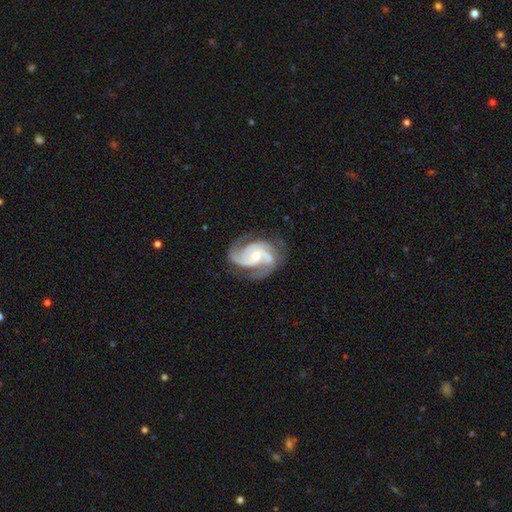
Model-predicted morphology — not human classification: This is clearly a featured or disk galaxy (91%). It is clearly not viewed edge-on (98%). Bar: possibly no (57%). Spiral arm pattern: clearly yes (98%). Spiral arm count: possibly 3 (54%). Spiral winding: possibly medium (51%). Central bulge: possibly moderate (52%). Merging: likely none (67%).